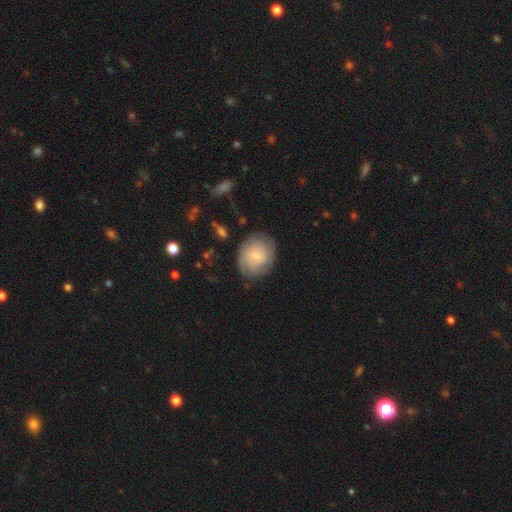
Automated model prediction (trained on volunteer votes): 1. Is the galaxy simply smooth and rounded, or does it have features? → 53% smooth, 40% featured or disk, 7% star or artifact.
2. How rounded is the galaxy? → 53% round, 46% in between, 1% cigar-shaped.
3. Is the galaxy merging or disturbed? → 73% none, 18% minor disturbance, 7% major disturbance, 2% merger.